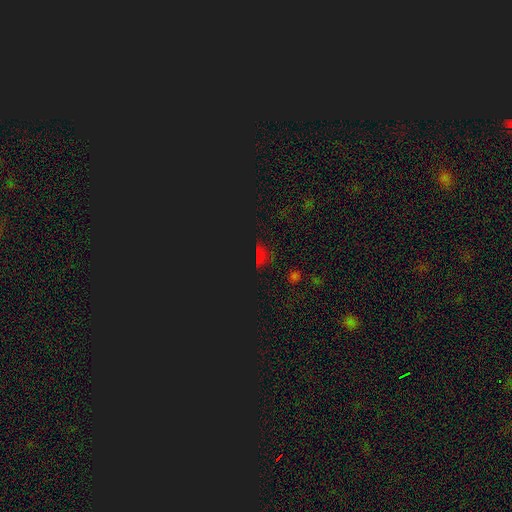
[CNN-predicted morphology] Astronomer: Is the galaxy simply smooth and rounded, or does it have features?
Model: star or artifact — 76%.